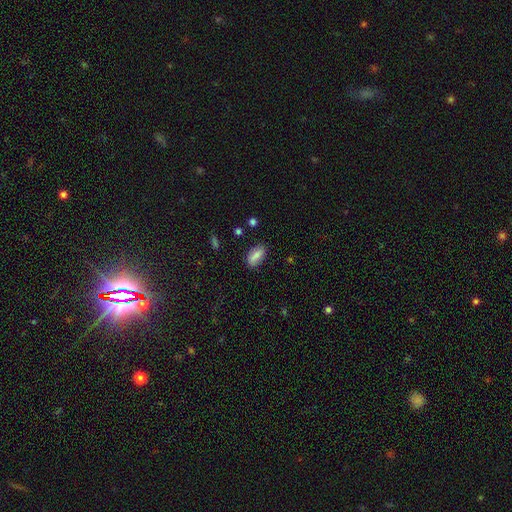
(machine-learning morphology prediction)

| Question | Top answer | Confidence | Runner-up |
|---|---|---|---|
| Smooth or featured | smooth | 77% | featured or disk (15%) |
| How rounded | in between | 86% | cigar-shaped (10%) |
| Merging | none | 82% | minor disturbance (13%) |